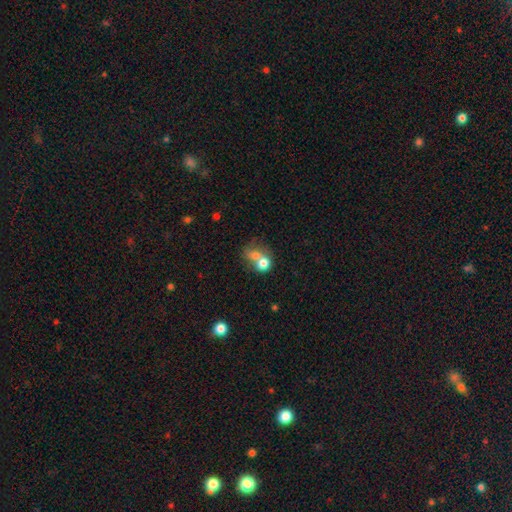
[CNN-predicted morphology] A smooth galaxy with no disk features (69%) that is round (62%).

Vote fractions:
- Smooth or featured? smooth: 69% / featured or disk: 20% / star or artifact: 11%
- How rounded? round: 62% / in between: 37% / cigar-shaped: 1%
- Merging? merger: 68% / none: 19% / minor disturbance: 7% / major disturbance: 7%